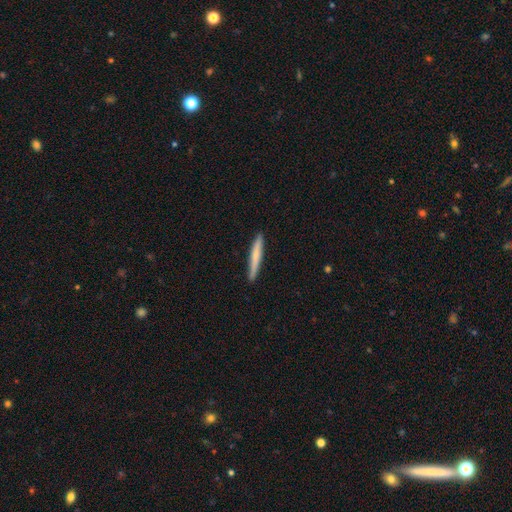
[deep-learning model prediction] Q: Smooth or featured?
A: smooth (69%); runner-up: featured or disk (26%)
Q: How rounded?
A: cigar-shaped (96%); runner-up: in between (3%)
Q: Merging?
A: none (90%); runner-up: minor disturbance (8%)